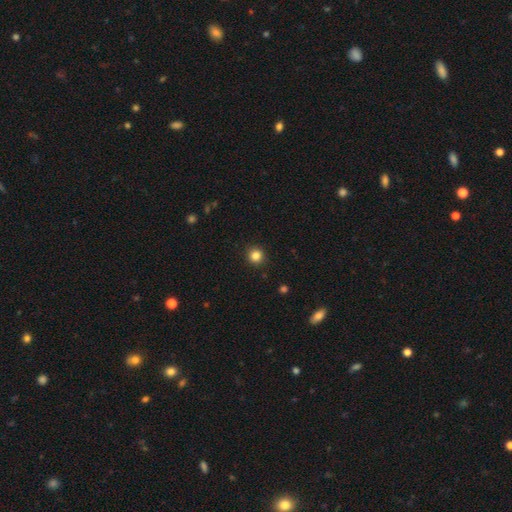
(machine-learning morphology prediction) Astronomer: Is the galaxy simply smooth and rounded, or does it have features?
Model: smooth — 85%.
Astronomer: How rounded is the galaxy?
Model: round — 93%.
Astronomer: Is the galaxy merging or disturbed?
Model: none — 92%.